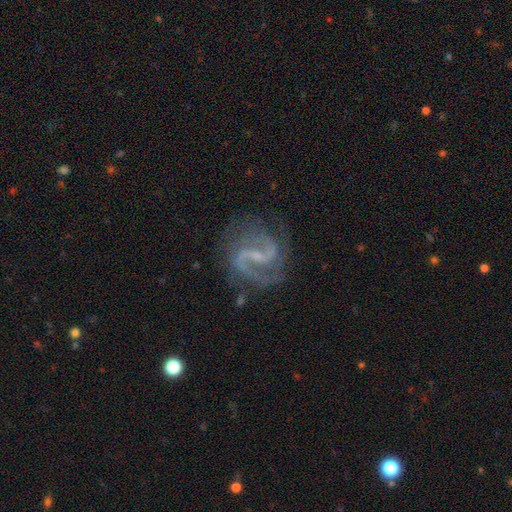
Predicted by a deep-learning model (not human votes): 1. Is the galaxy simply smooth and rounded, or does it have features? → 92% featured or disk, 5% star or artifact, 3% smooth.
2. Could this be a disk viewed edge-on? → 98% no, 2% yes.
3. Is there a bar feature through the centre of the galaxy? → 48% weak, 36% strong, 16% no.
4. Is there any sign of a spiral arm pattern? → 98% yes, 2% no.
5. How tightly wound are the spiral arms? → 58% medium, 29% loose, 13% tight.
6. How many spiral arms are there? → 93% 2, 2% can't tell, 2% 3, 1% 1, 1% 4, 1% more than 4.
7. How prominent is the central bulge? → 63% small, 27% none, 9% moderate, 1% large, 1% dominant.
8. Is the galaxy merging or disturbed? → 78% none, 14% minor disturbance, 6% major disturbance, 2% merger.